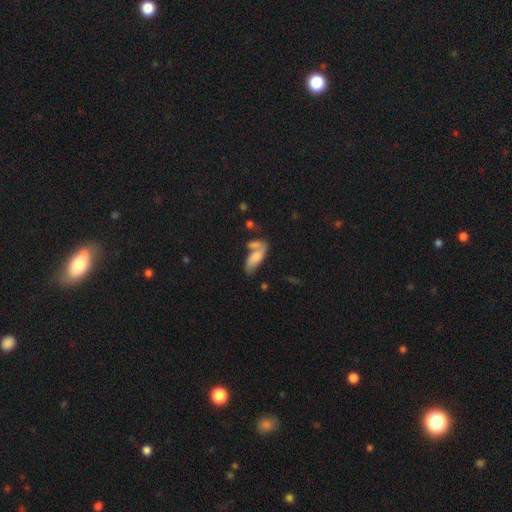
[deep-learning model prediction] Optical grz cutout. It shows a smooth galaxy with no disk features (65%) that is in between round and cigar-shaped (76%). Merging: merger (37%).